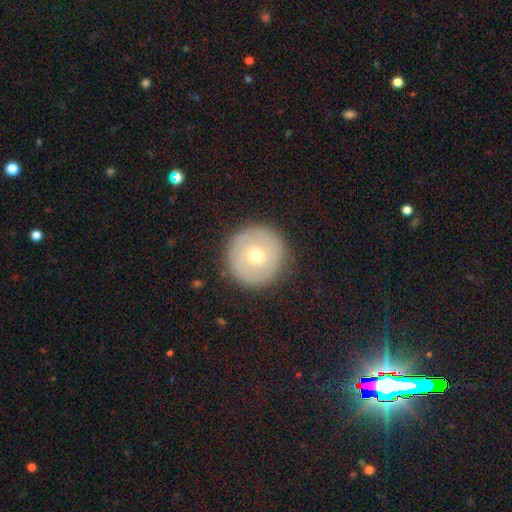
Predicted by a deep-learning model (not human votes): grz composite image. It shows a smooth galaxy with no disk features (54%) that is round (95%). Merging: none (88%).